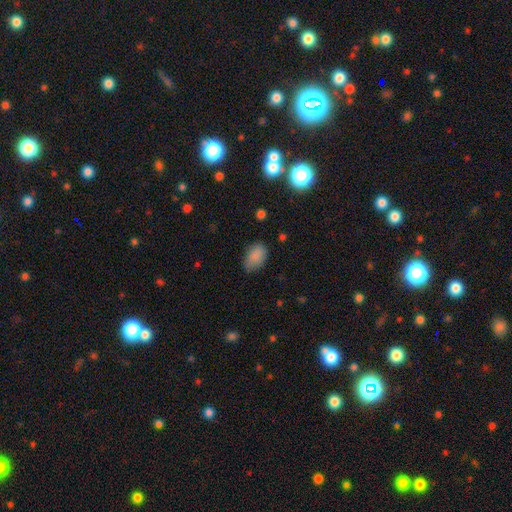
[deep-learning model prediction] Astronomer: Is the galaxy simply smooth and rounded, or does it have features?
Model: smooth — 85%.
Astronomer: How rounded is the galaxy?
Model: in between — 89%.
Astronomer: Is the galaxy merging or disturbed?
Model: none — 69%.